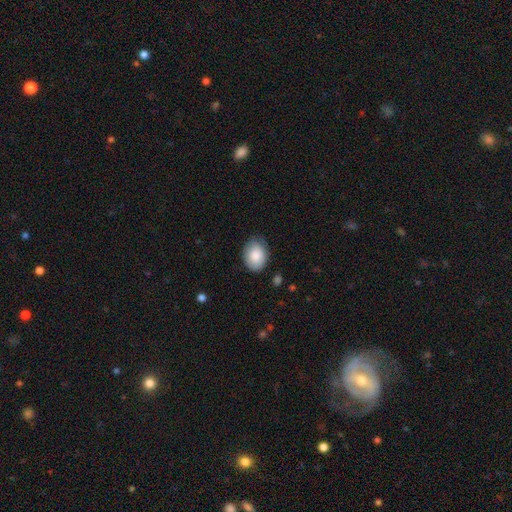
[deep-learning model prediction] smooth 86%, featured or disk 8%, star or artifact 7%. Down the decision tree: how rounded — in between (69%); merging — none (76%).